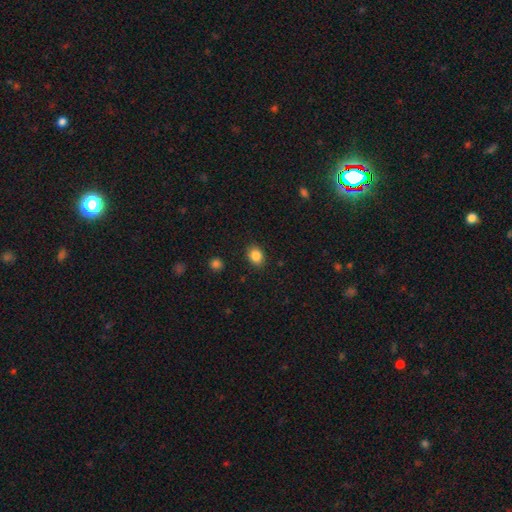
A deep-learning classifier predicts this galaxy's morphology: Smooth or featured? smooth (85%)
How rounded? in between (57%)
Merging? none (87%)